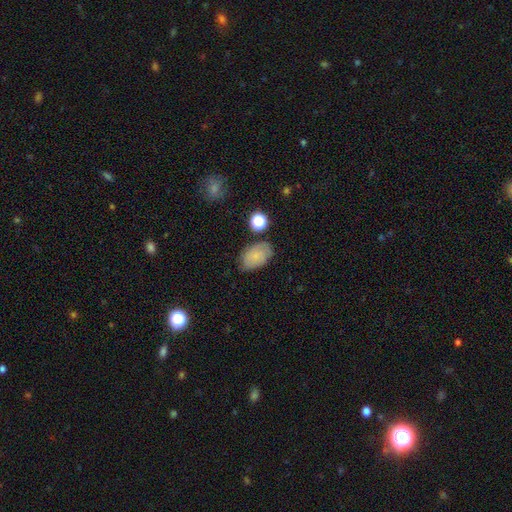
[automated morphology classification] Smooth or featured?
  - smooth: 71% *
  - featured or disk: 19%
  - star or artifact: 10%
How rounded?
  - in between: 88% *
  - round: 11%
  - cigar-shaped: 1%
Merging?
  - none: 71% *
  - minor disturbance: 20%
  - major disturbance: 5%
  - merger: 4%